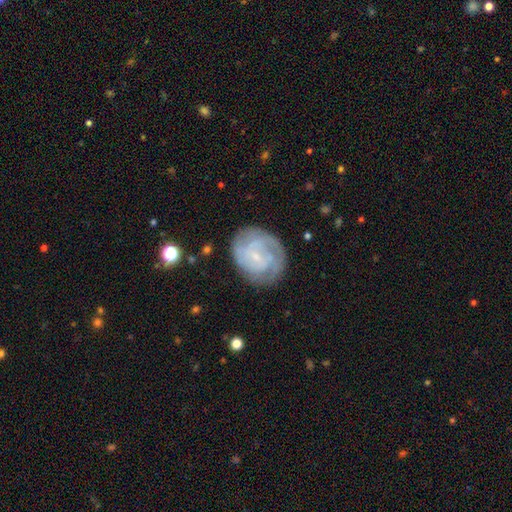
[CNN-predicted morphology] type=featured or disk (73%); edge-on=no (98%); bar=no (53%); spiral arms=yes (89%); winding=tight (60%); arm count=can't tell (38%); bulge=small (77%); merging=none (71%).